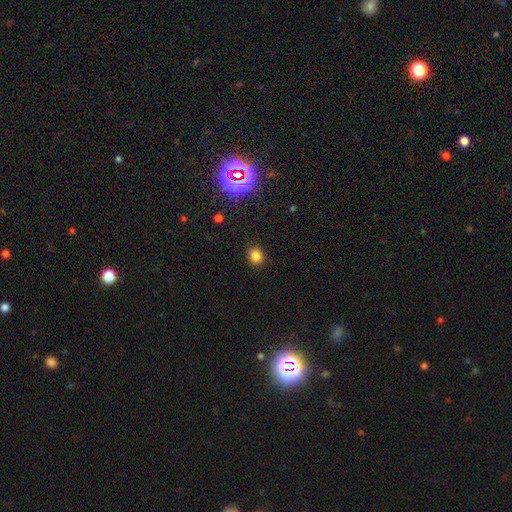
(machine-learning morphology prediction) type=smooth (80%); roundness=round (75%); merging=none (89%).